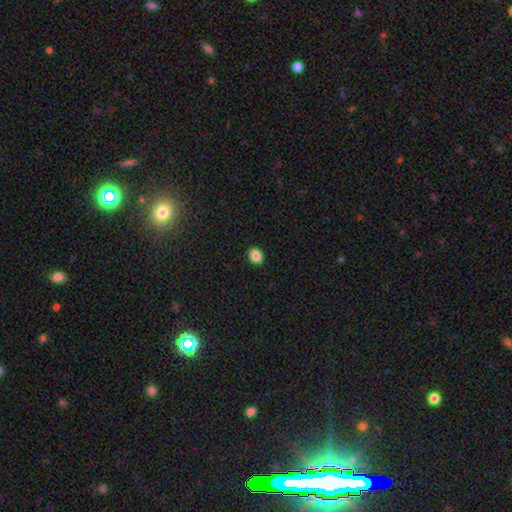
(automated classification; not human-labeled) This appears to be a smooth galaxy with no disk features (87%) that is in between round and cigar-shaped (65%). Merging: none (90%).